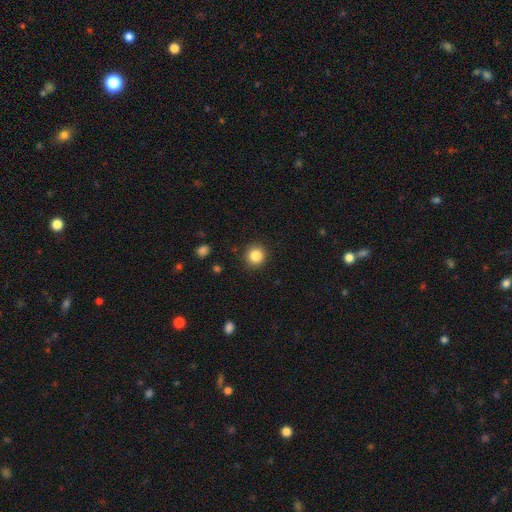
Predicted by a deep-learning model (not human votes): Overall: smooth (85%). How rounded: round (91%). Merging: none (90%).